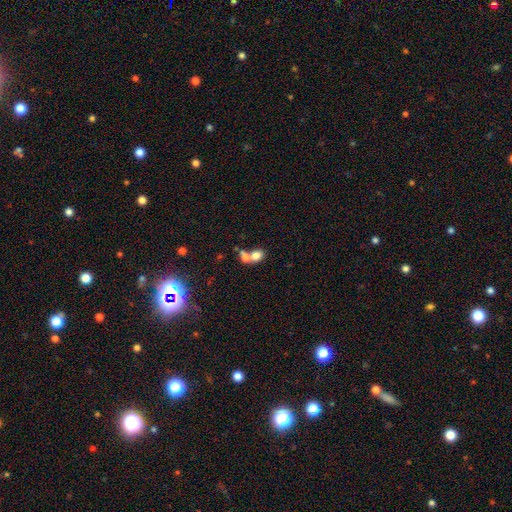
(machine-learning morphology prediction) smooth_or_featured: smooth (p=0.74) [alt: featured or disk p=0.14]
how_rounded: in between (p=0.56) [alt: round p=0.43]
merging: merger (p=0.61) [alt: none p=0.28]